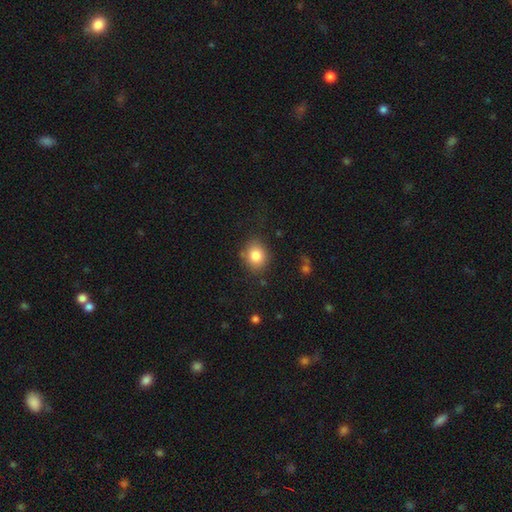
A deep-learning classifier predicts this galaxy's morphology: A smooth galaxy with no disk features (83%) that is round (65%).

Vote fractions:
- Smooth or featured? smooth: 83% / star or artifact: 9% / featured or disk: 7%
- How rounded? round: 65% / in between: 34% / cigar-shaped: 1%
- Merging? none: 79% / minor disturbance: 14% / major disturbance: 4% / merger: 3%